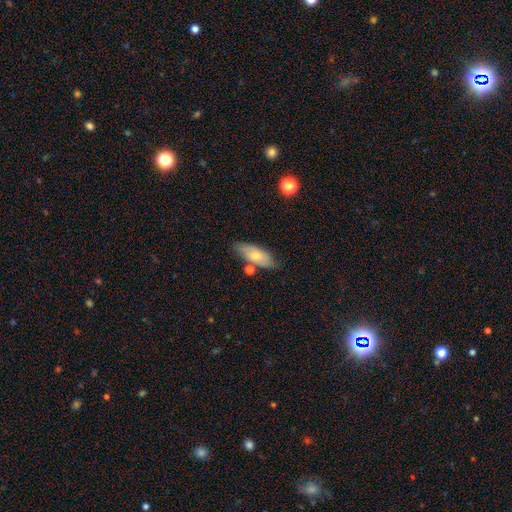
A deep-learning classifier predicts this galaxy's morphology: This is possibly a smooth galaxy (59%). How rounded: likely in between (72%). Merging: likely none (76%).